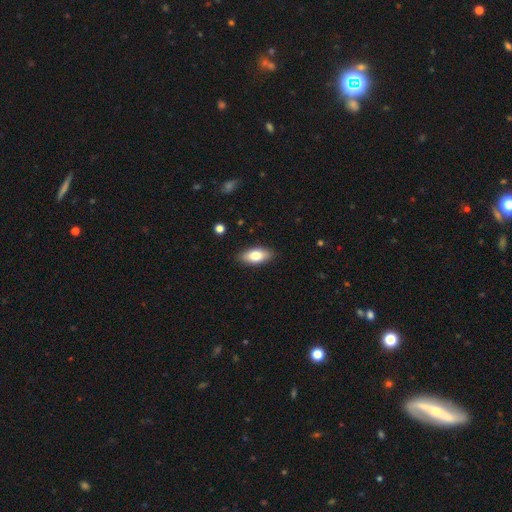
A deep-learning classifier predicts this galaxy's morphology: Smooth or featured? Predicted: smooth (p=0.78). How rounded? Predicted: in between (p=0.88). Merging? Predicted: none (p=0.88).